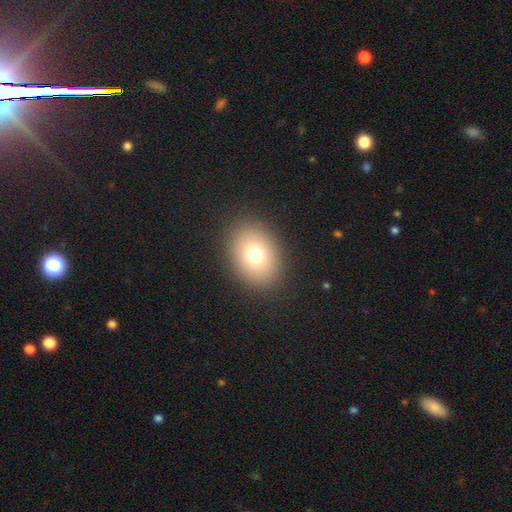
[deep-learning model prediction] This appears to be a smooth galaxy with no disk features (75%) that is in between round and cigar-shaped (62%). Merging: none (89%).